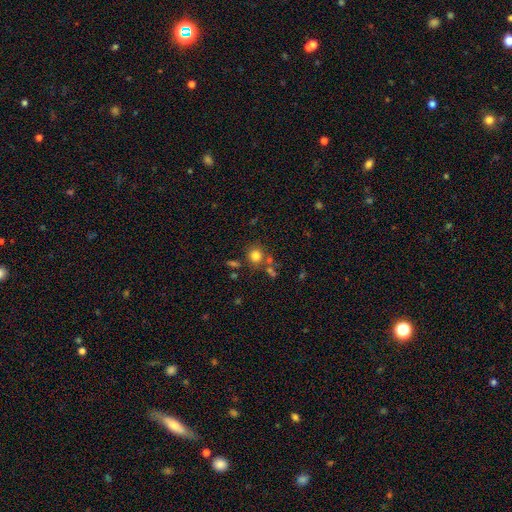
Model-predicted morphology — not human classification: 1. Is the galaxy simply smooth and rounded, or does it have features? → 78% smooth, 14% star or artifact, 8% featured or disk.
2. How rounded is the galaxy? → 86% round, 13% in between, 1% cigar-shaped.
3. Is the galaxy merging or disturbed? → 72% none, 13% merger, 11% minor disturbance, 5% major disturbance.